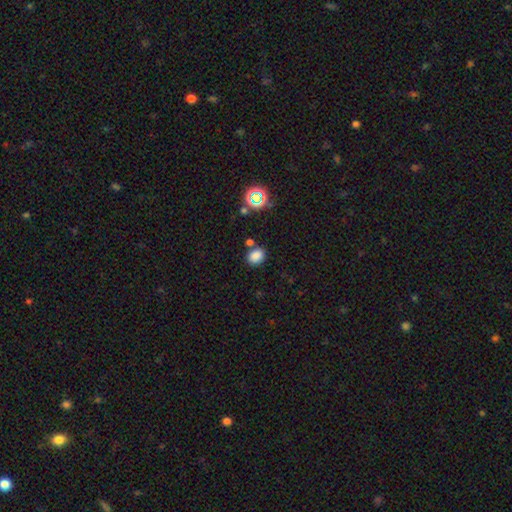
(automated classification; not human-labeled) A smooth galaxy with no disk features (80%) that is in between round and cigar-shaped (54%).

Vote fractions:
- Smooth or featured? smooth: 80% / star or artifact: 15% / featured or disk: 5%
- How rounded? in between: 54% / round: 45% / cigar-shaped: 1%
- Merging? none: 75% / minor disturbance: 12% / merger: 10% / major disturbance: 4%